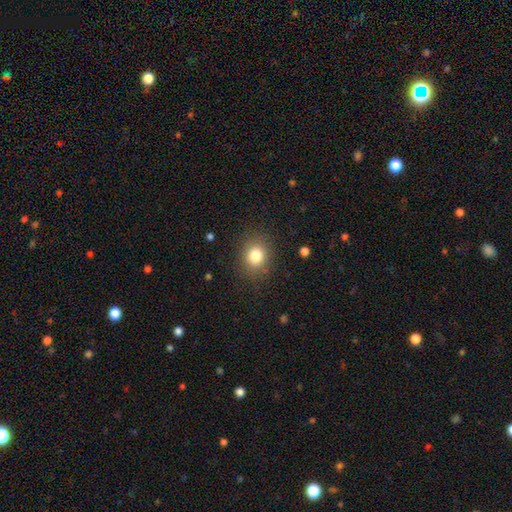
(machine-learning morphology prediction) Smooth or featured? smooth (82%)
How rounded? round (67%)
Merging? none (84%)